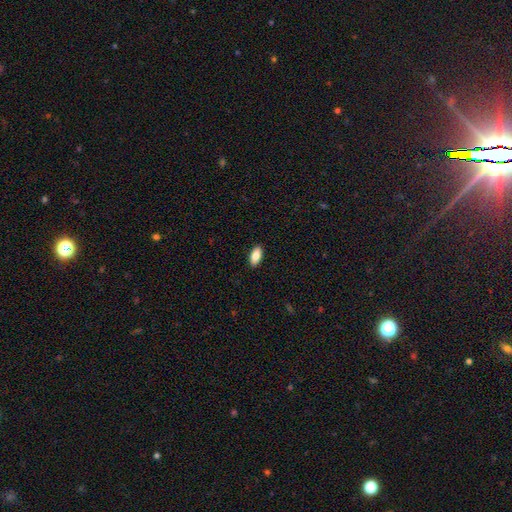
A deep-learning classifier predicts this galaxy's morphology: A smooth galaxy with no disk features (85%) that is in between round and cigar-shaped (89%).

Vote fractions:
- Smooth or featured? smooth: 85% / featured or disk: 9% / star or artifact: 7%
- How rounded? in between: 89% / cigar-shaped: 9% / round: 2%
- Merging? none: 90% / minor disturbance: 7% / major disturbance: 2% / merger: 1%